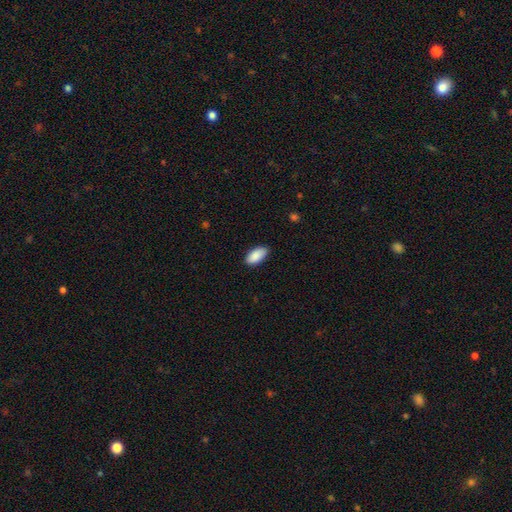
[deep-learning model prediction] smooth-or-featured: smooth: 90% | star or artifact: 6% | featured or disk: 4%
  how-rounded: in between: 94% | cigar-shaped: 4% | round: 2%
  merging: none: 85% | minor disturbance: 12% | major disturbance: 2% | merger: 1%